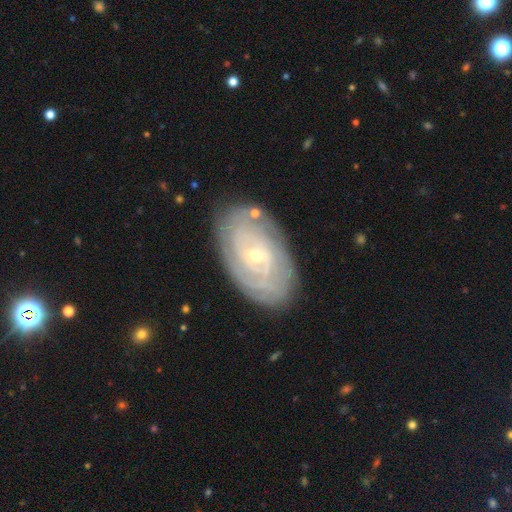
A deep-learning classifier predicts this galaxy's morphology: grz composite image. It shows a featured or disk galaxy (83%) with no bar (48%), tight (77%) spiral arms (92%) and a small central bulge (67%). Merging: none (81%).